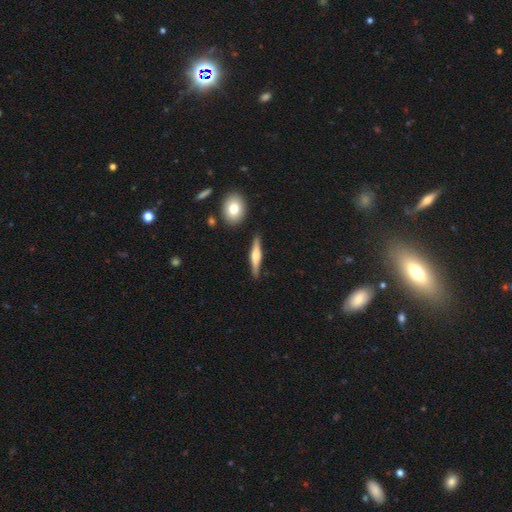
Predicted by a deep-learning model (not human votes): Smooth or featured: featured or disk — 60% (smooth — 35%)
Edge-on disk: yes — 97% (no — 3%)
Edge-on bulge: rounded — 82% (boxy — 12%)
Merging: none — 87% (minor disturbance — 9%)